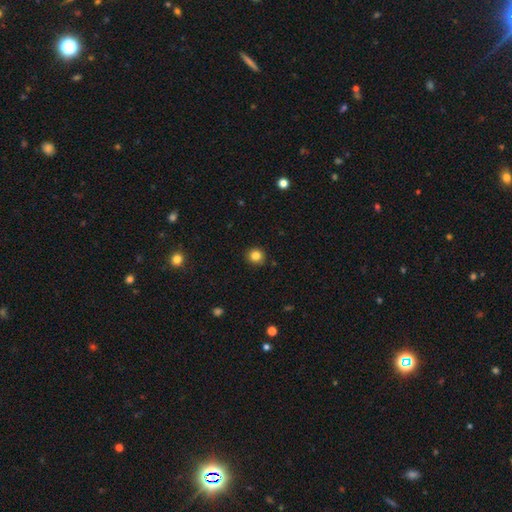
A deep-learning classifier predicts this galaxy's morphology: Smooth or featured? Predicted: smooth (p=0.83). How rounded? Predicted: round (p=0.92). Merging? Predicted: none (p=0.90).